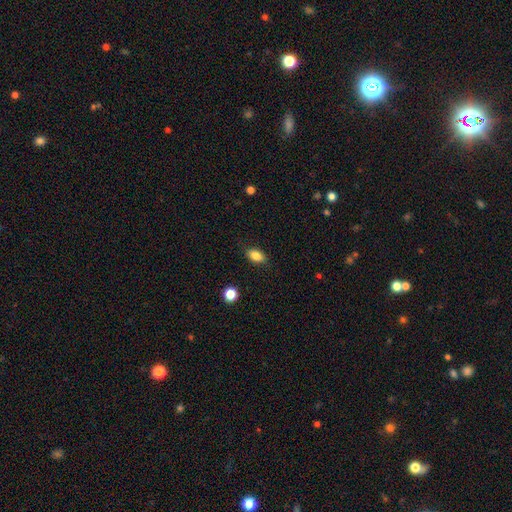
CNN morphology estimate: Smooth or featured? Predicted: smooth (p=0.84). How rounded? Predicted: in between (p=0.87). Merging? Predicted: none (p=0.85).